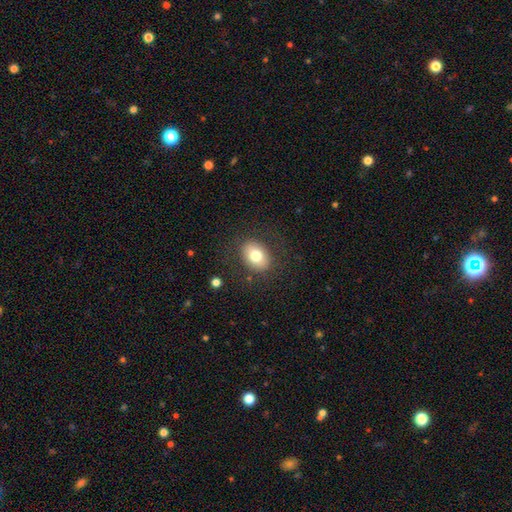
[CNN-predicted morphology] Smooth or featured? smooth (78%)
How rounded? in between (72%)
Merging? none (83%)